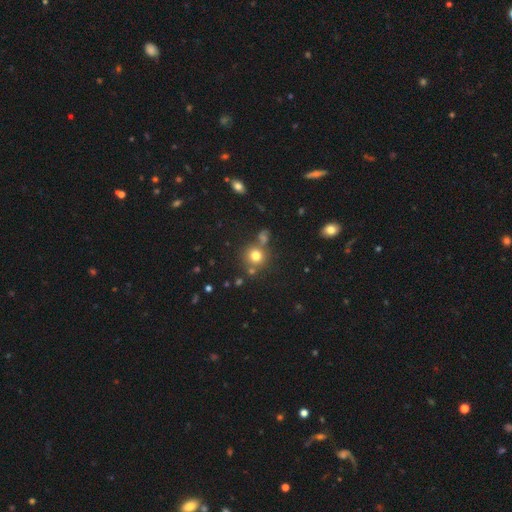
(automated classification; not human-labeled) This is likely a smooth galaxy (75%). How rounded: clearly round (90%). Merging: likely none (72%).